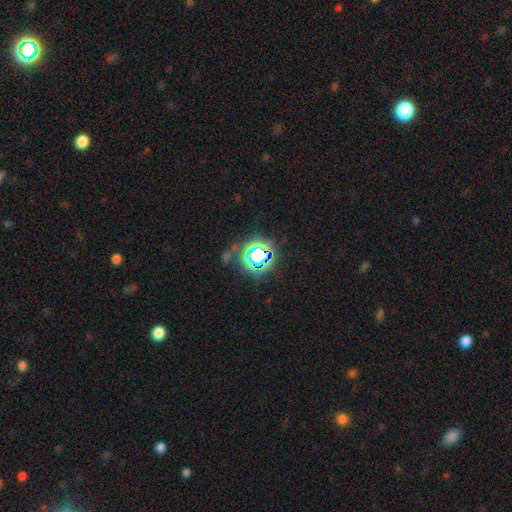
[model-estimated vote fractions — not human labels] smooth-or-featured: star or artifact: 71% | smooth: 17% | featured or disk: 12%